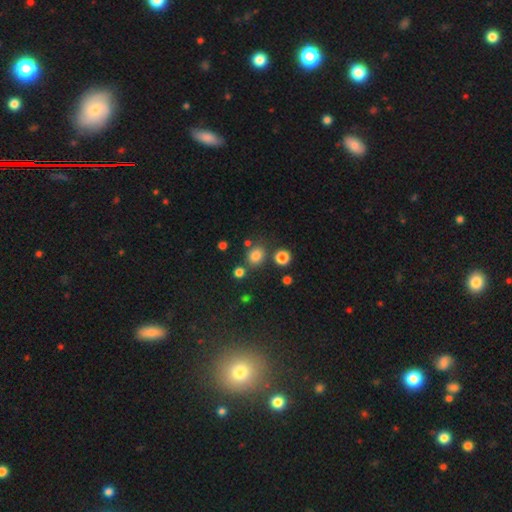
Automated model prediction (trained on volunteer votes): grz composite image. It shows a smooth galaxy with no disk features (79%) that is round (72%). Merging: none (76%).